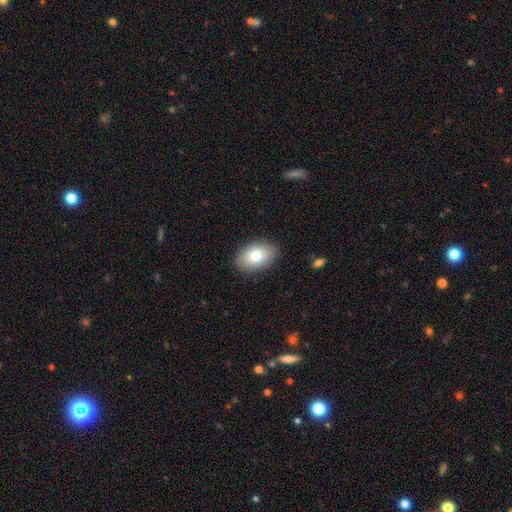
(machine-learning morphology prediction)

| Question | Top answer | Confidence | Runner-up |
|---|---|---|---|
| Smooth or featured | smooth | 78% | featured or disk (14%) |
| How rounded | in between | 88% | round (11%) |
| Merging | none | 88% | minor disturbance (9%) |